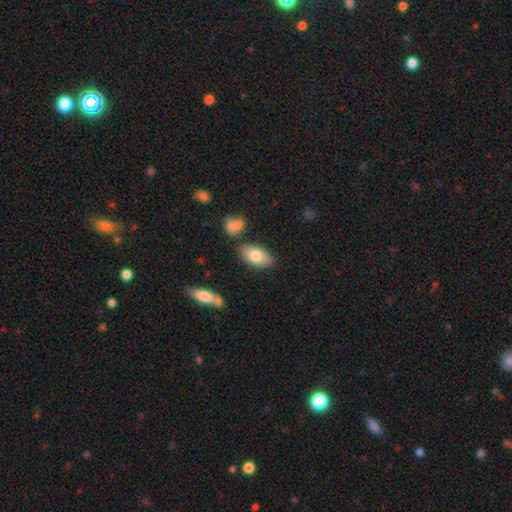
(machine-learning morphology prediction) This is likely a smooth galaxy (77%). How rounded: clearly in between (93%). Merging: likely none (77%).